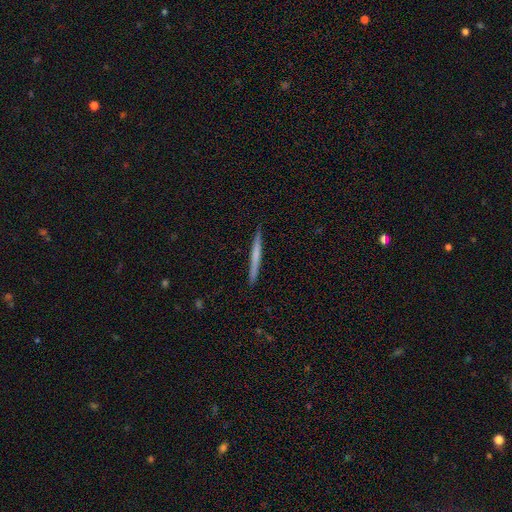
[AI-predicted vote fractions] This appears to be a smooth galaxy with no disk features (56%) that is cigar-shaped (97%). Merging: none (92%).